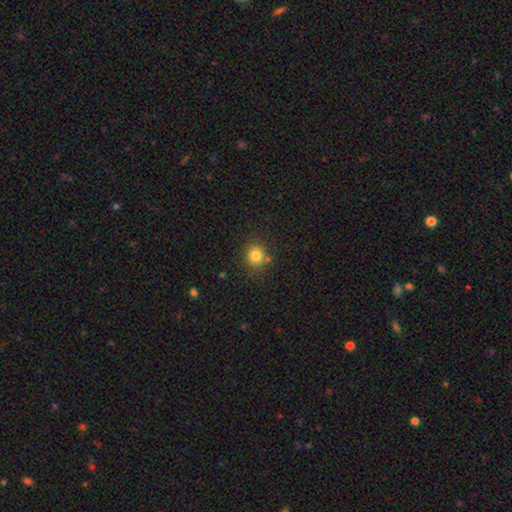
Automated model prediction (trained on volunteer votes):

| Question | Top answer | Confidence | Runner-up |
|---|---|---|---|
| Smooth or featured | smooth | 81% | star or artifact (13%) |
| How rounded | round | 85% | in between (15%) |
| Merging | none | 79% | minor disturbance (11%) |